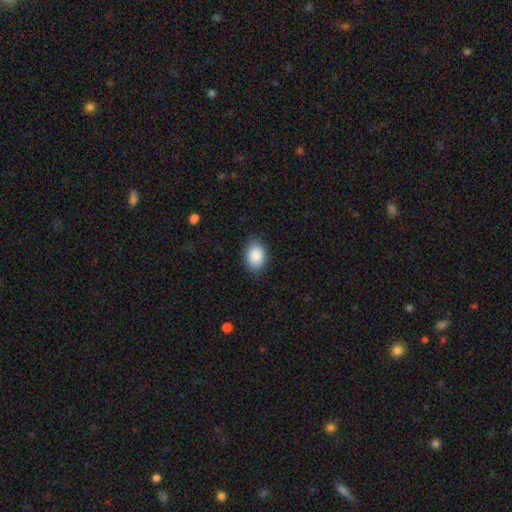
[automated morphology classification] A smooth galaxy with no disk features (88%) that is in between round and cigar-shaped (84%).

Vote fractions:
- Smooth or featured? smooth: 88% / star or artifact: 7% / featured or disk: 5%
- How rounded? in between: 84% / round: 15% / cigar-shaped: 1%
- Merging? none: 84% / minor disturbance: 12% / major disturbance: 3% / merger: 1%